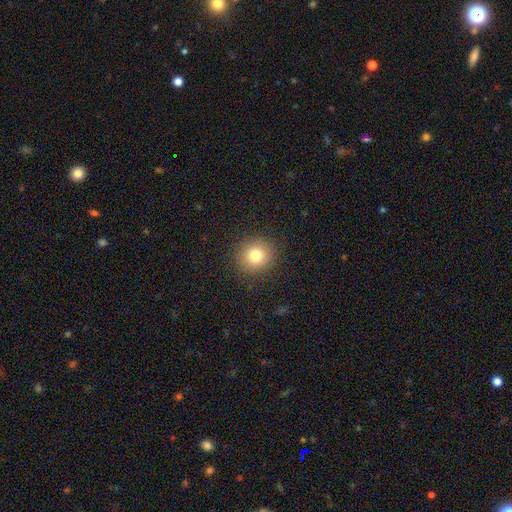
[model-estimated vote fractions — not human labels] Smooth or featured?
  - smooth: 79% *
  - star or artifact: 12%
  - featured or disk: 8%
How rounded?
  - round: 88% *
  - in between: 11%
  - cigar-shaped: 1%
Merging?
  - none: 90% *
  - minor disturbance: 6%
  - major disturbance: 2%
  - merger: 1%